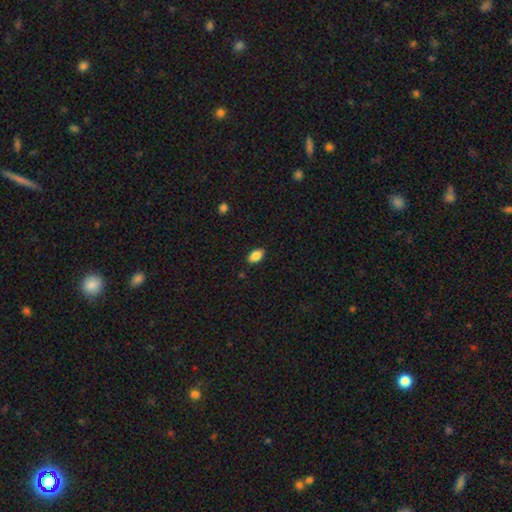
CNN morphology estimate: type=smooth (86%); roundness=in between (91%); merging=none (88%).